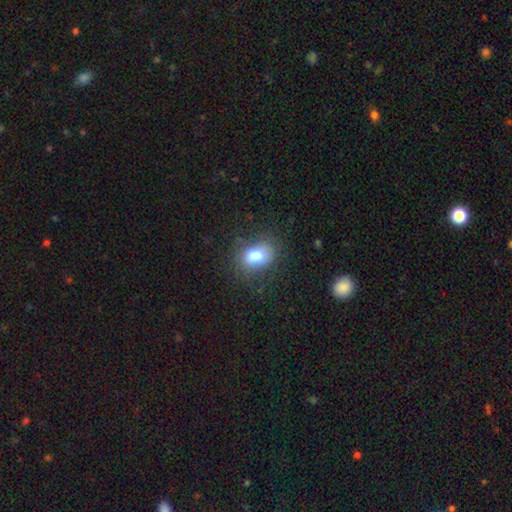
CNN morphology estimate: Smooth or featured? Predicted: smooth (p=0.80). How rounded? Predicted: in between (p=0.76). Merging? Predicted: none (p=0.73).